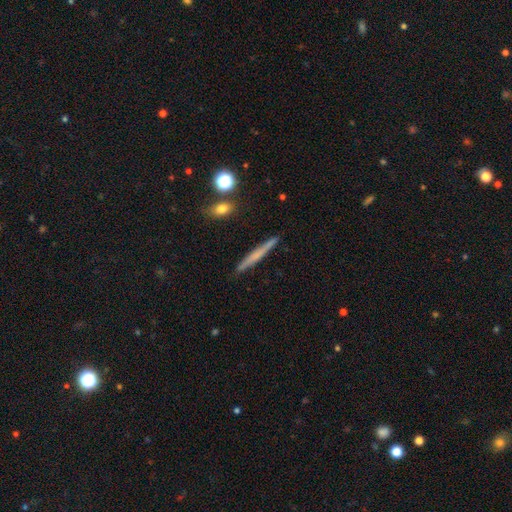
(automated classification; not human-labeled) Smooth or featured?
  - smooth: 51% *
  - featured or disk: 42%
  - star or artifact: 7%
How rounded?
  - cigar-shaped: 95% *
  - in between: 3%
  - round: 2%
Merging?
  - none: 90% *
  - minor disturbance: 7%
  - merger: 2%
  - major disturbance: 2%